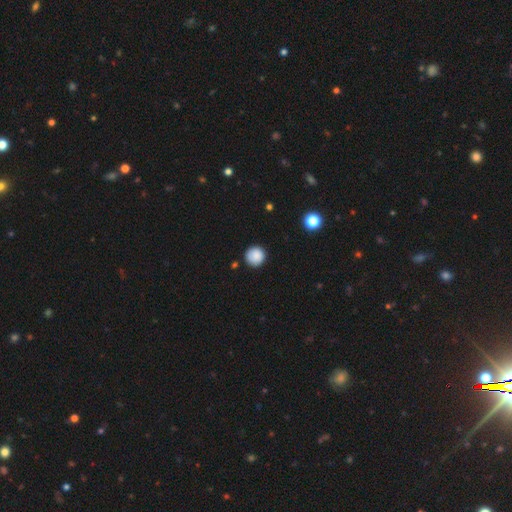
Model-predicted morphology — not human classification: Smooth or featured: smooth — 87% (star or artifact — 9%)
How rounded: round — 95% (in between — 4%)
Merging: none — 89% (minor disturbance — 8%)